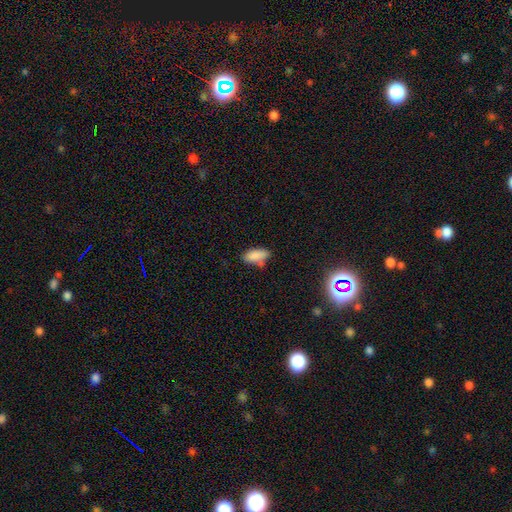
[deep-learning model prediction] Smooth or featured: smooth — 84% (star or artifact — 9%)
How rounded: in between — 85% (cigar-shaped — 12%)
Merging: none — 57% (minor disturbance — 25%)